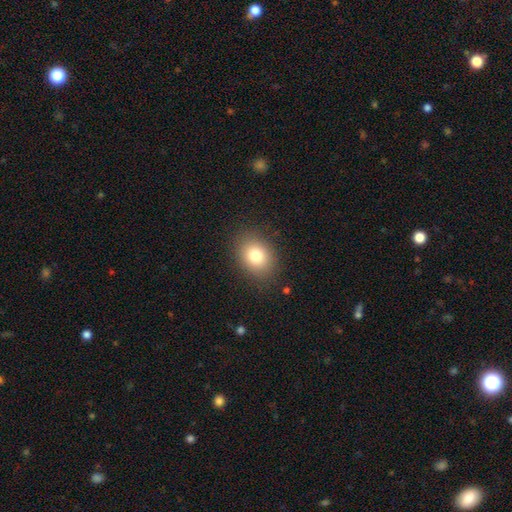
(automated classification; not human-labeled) smooth_or_featured: smooth (p=0.80) [alt: star or artifact p=0.11]
how_rounded: in between (p=0.55) [alt: round p=0.44]
merging: none (p=0.86) [alt: minor disturbance p=0.09]